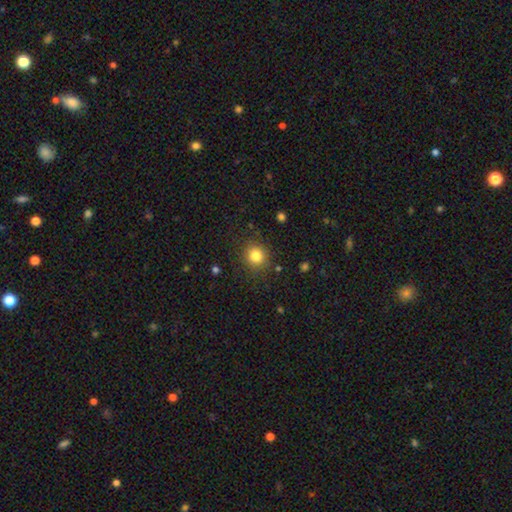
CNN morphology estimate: Smooth or featured: smooth — 82% (star or artifact — 12%)
How rounded: round — 89% (in between — 10%)
Merging: none — 87% (minor disturbance — 8%)